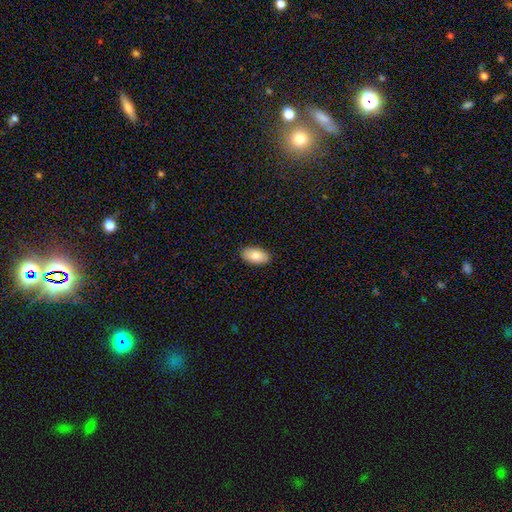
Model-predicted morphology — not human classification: Smooth or featured: smooth — 84% (featured or disk — 10%)
How rounded: in between — 95% (round — 3%)
Merging: none — 90% (minor disturbance — 8%)